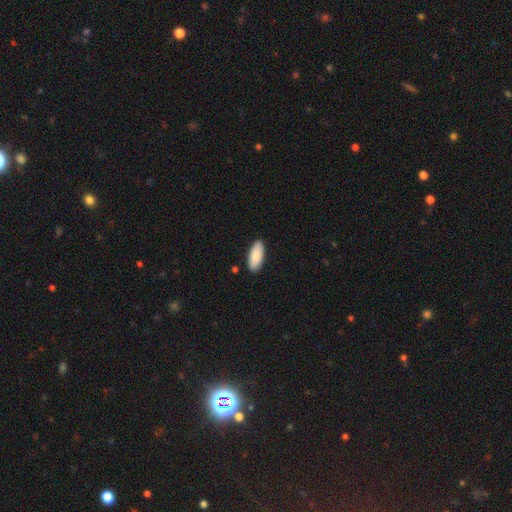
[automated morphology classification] Smooth or featured: smooth — 86% (featured or disk — 8%)
How rounded: in between — 86% (cigar-shaped — 13%)
Merging: none — 88% (minor disturbance — 8%)